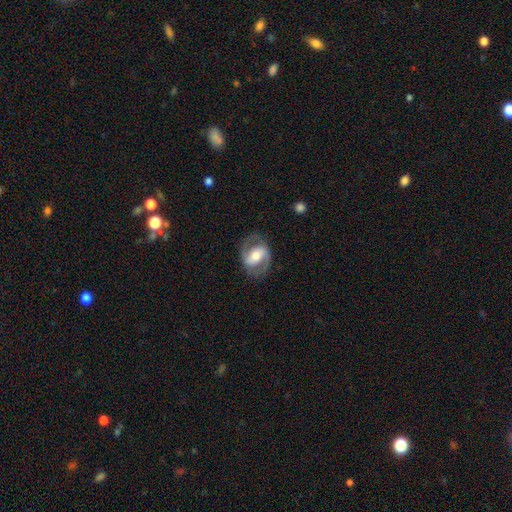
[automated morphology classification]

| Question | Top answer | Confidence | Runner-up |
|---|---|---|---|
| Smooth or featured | featured or disk | 79% | smooth (16%) |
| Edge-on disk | no | 96% | yes (4%) |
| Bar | strong | 44% | weak (35%) |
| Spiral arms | yes | 87% | no (13%) |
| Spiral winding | medium | 53% | tight (27%) |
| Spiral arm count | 2 | 91% | can't tell (5%) |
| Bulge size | moderate | 63% | small (20%) |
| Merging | none | 80% | minor disturbance (12%) |